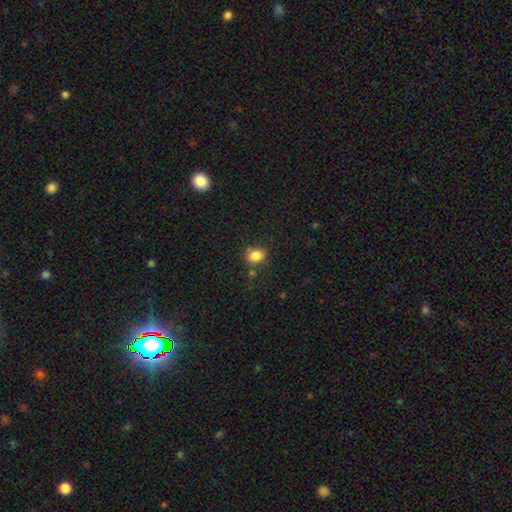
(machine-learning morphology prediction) type=smooth (84%); roundness=in between (59%); merging=none (72%).